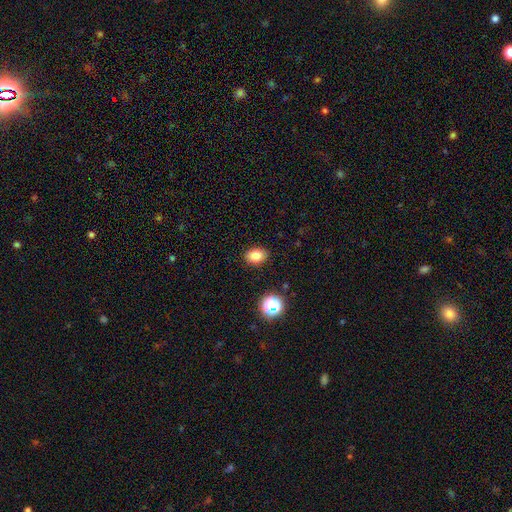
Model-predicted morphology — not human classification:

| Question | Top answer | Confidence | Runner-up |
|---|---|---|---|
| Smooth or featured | smooth | 82% | star or artifact (12%) |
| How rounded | in between | 70% | round (29%) |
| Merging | none | 88% | minor disturbance (9%) |